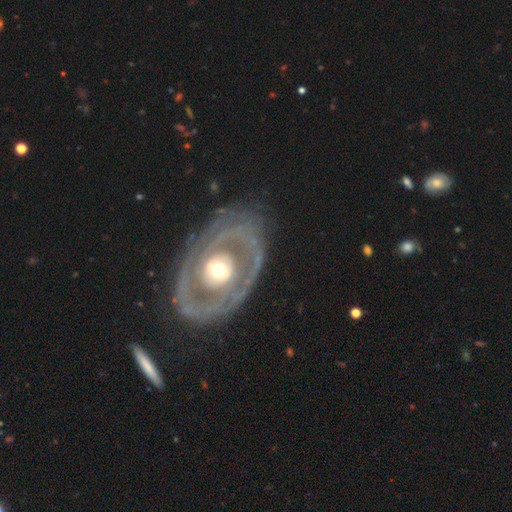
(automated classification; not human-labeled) Smooth or featured: featured or disk — 82% (smooth — 13%)
Edge-on disk: no — 95% (yes — 5%)
Bar: no — 82% (weak — 12%)
Spiral arms: yes — 62% (no — 38%)
Bulge size: moderate — 67% (small — 16%)
Merging: none — 77% (minor disturbance — 14%)